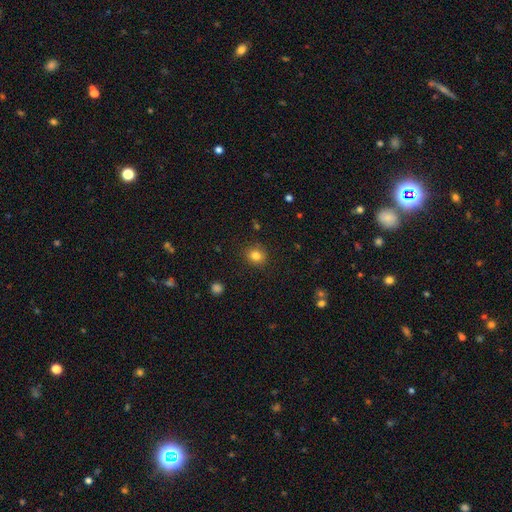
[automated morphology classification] smooth-or-featured: smooth: 82% | star or artifact: 12% | featured or disk: 6%
  how-rounded: round: 78% | in between: 21% | cigar-shaped: 1%
  merging: none: 89% | minor disturbance: 8% | major disturbance: 2% | merger: 1%